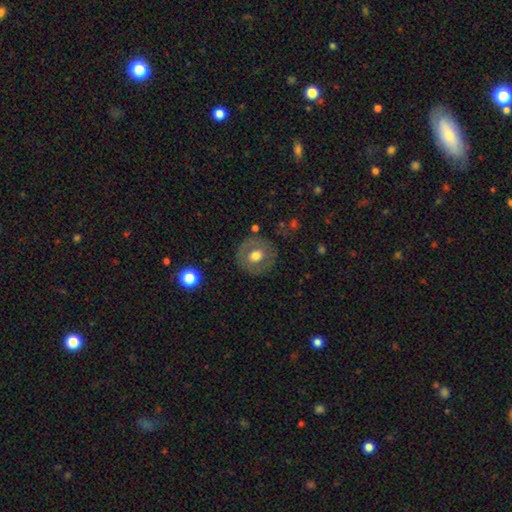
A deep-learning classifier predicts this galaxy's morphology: Q: Smooth or featured?
A: smooth (58%); runner-up: featured or disk (34%)
Q: How rounded?
A: round (88%); runner-up: in between (11%)
Q: Merging?
A: none (83%); runner-up: minor disturbance (11%)